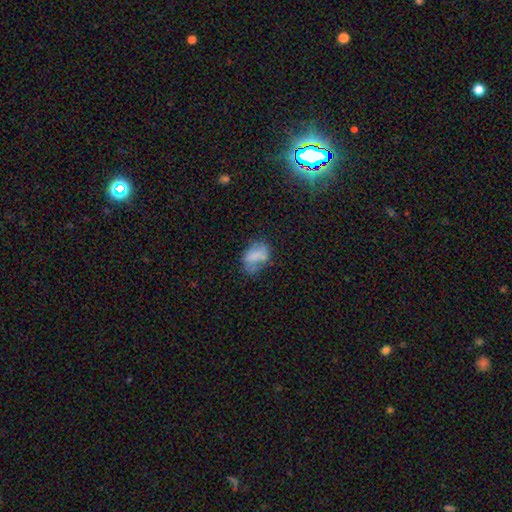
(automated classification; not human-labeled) A smooth galaxy with no disk features (60%) that is in between round and cigar-shaped (83%). Merging: none (44%).